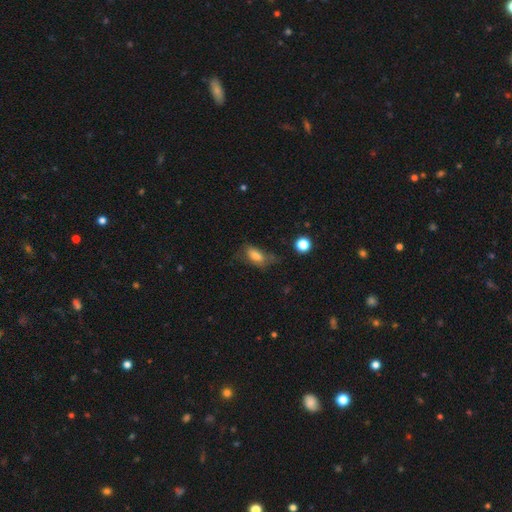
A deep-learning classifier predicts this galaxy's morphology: Smooth or featured? Predicted: smooth (p=0.74). How rounded? Predicted: in between (p=0.85). Merging? Predicted: none (p=0.44).